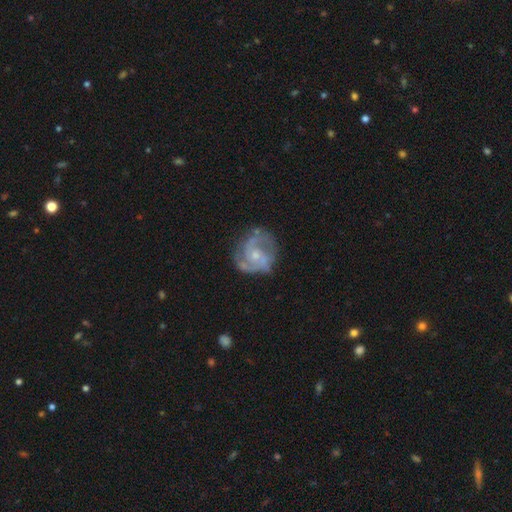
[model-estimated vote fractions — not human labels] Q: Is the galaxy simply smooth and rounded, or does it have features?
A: featured or disk — 85%.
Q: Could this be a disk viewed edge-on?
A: no — 98%.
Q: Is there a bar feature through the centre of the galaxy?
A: no — 62%.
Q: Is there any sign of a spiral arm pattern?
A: yes — 95%.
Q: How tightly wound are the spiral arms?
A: medium — 50%.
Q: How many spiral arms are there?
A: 2 — 63%.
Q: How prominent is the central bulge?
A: small — 59%.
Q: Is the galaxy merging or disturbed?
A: none — 69%.